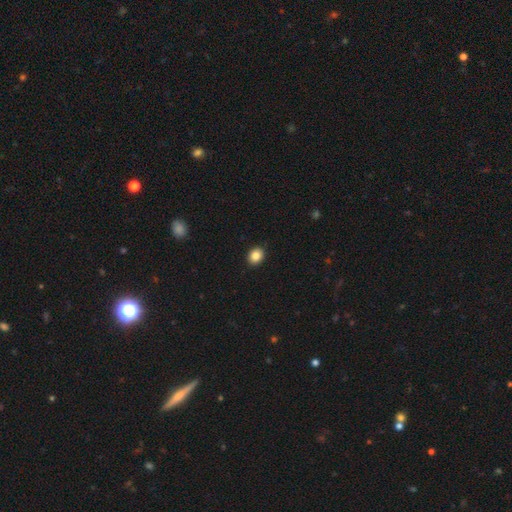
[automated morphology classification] Smooth or featured? Predicted: smooth (p=0.86). How rounded? Predicted: round (p=0.60). Merging? Predicted: none (p=0.91).